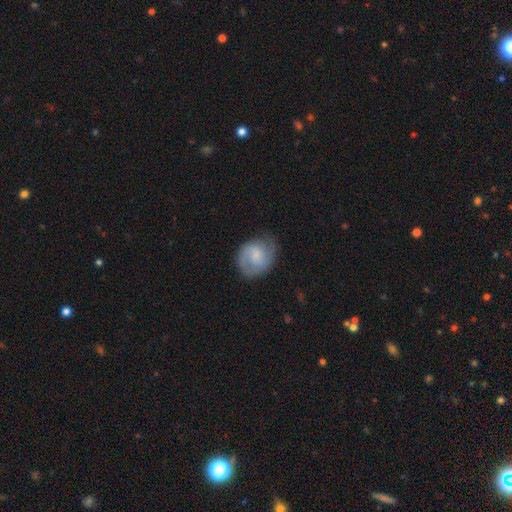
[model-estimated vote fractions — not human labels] This appears to be a featured or disk galaxy (61%) with no bar (54%), 2 (76%) medium (48%) spiral arms (91%) and a small central bulge (46%). Merging: none (71%).